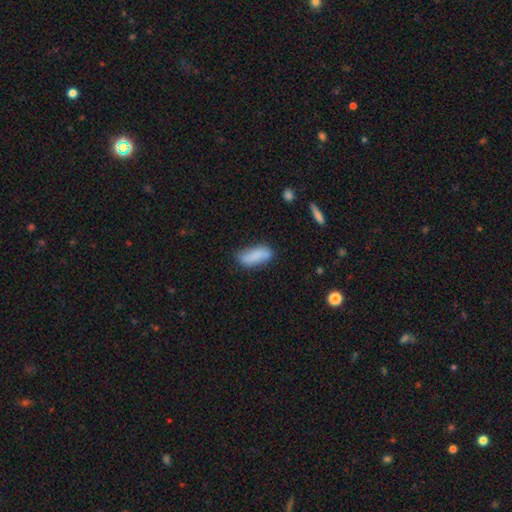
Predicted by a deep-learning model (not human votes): Smooth or featured?
  - smooth: 76% *
  - featured or disk: 16%
  - star or artifact: 8%
How rounded?
  - in between: 76% *
  - cigar-shaped: 22%
  - round: 3%
Merging?
  - none: 64% *
  - minor disturbance: 25%
  - major disturbance: 6%
  - merger: 5%